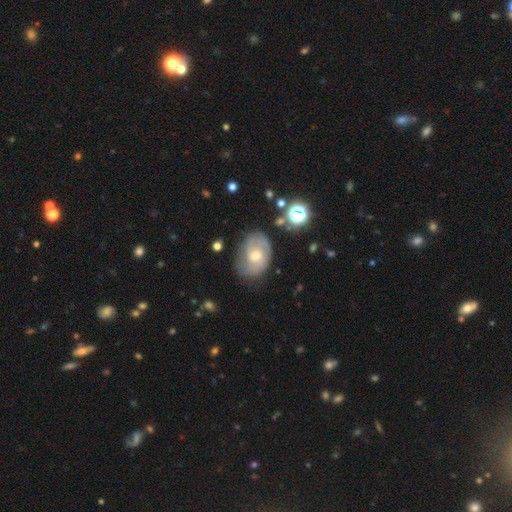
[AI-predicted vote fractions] Smooth or featured: featured or disk — 71% (smooth — 21%)
Edge-on disk: no — 97% (yes — 3%)
Bar: no — 59% (weak — 36%)
Spiral arms: yes — 88% (no — 12%)
Spiral winding: tight — 44% (medium — 42%)
Spiral arm count: 2 — 53% (can't tell — 28%)
Bulge size: moderate — 54% (small — 41%)
Merging: none — 70% (minor disturbance — 20%)